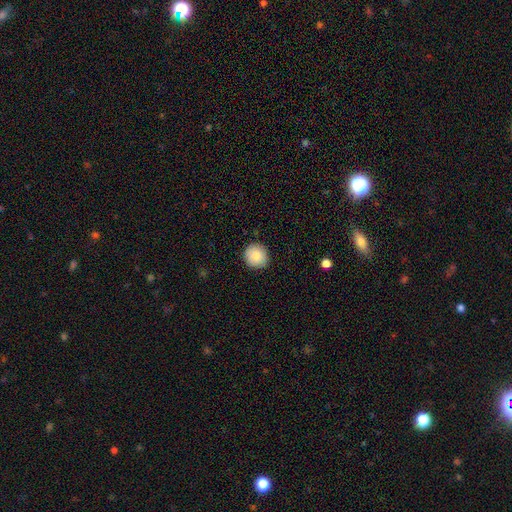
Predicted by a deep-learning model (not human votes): smooth_or_featured: smooth (p=0.86) [alt: star or artifact p=0.07]
how_rounded: round (p=0.91) [alt: in between p=0.08]
merging: none (p=0.90) [alt: minor disturbance p=0.08]